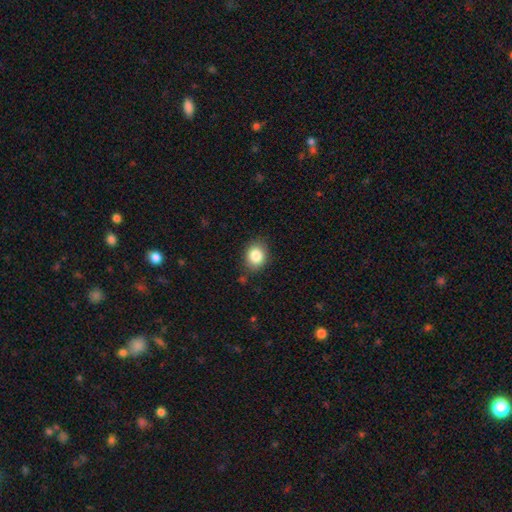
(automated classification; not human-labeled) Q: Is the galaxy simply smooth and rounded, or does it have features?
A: smooth — 85%.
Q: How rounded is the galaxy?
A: round — 54%.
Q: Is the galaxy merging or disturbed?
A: none — 82%.